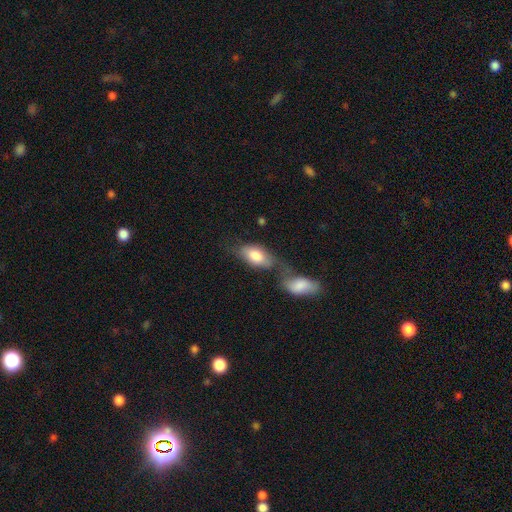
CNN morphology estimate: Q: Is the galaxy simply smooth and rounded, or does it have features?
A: smooth — 77%.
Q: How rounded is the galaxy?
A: in between — 91%.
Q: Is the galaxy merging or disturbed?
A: merger — 47%.